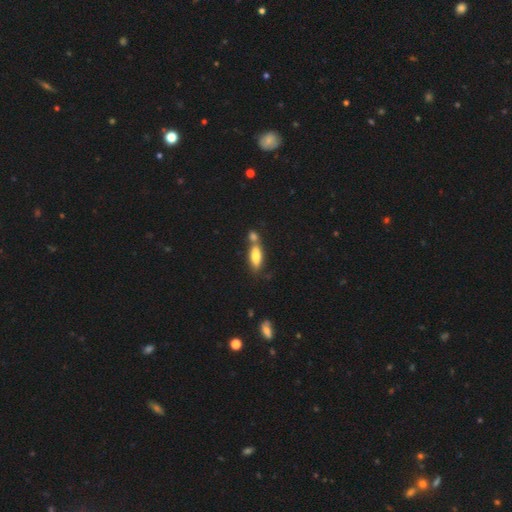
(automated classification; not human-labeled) Smooth or featured? smooth (78%)
How rounded? in between (67%)
Merging? merger (43%)